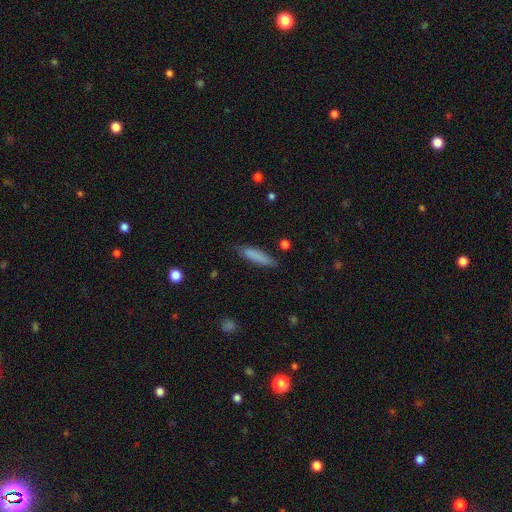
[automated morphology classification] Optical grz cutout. It shows a smooth galaxy with no disk features (83%) that is cigar-shaped (79%). Merging: none (80%).